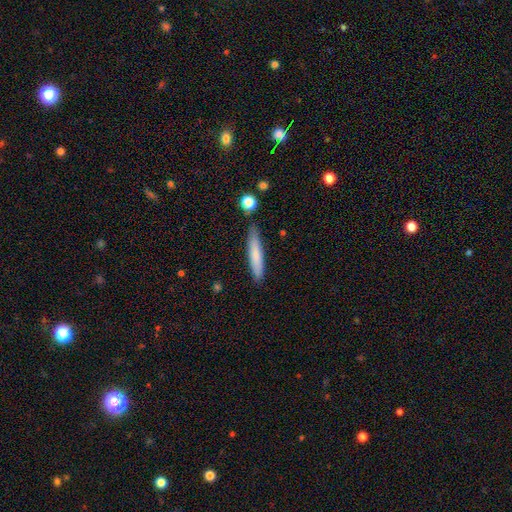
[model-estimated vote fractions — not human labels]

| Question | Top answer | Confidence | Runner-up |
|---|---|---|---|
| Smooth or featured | smooth | 76% | featured or disk (18%) |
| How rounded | cigar-shaped | 89% | in between (10%) |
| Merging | none | 81% | minor disturbance (13%) |